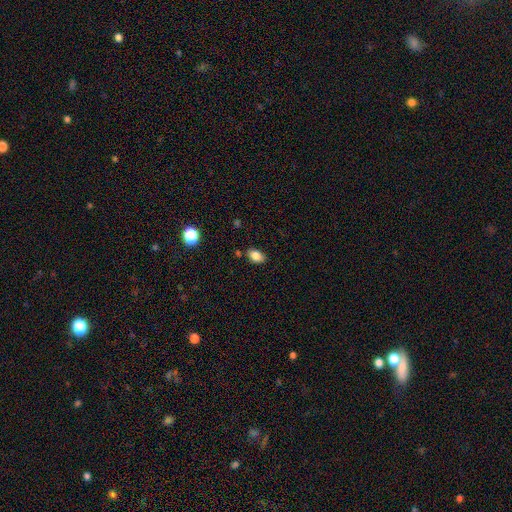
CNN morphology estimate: Smooth or featured? Predicted: smooth (p=0.84). How rounded? Predicted: in between (p=0.84). Merging? Predicted: none (p=0.80).